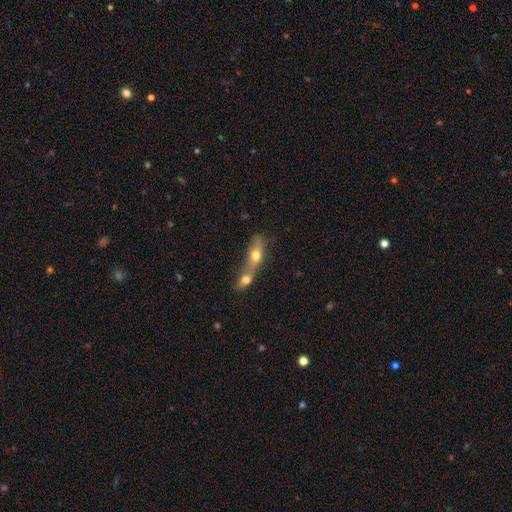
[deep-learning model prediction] smooth 60%, featured or disk 30%, star or artifact 9%. Down the decision tree: how rounded — in between (53%); merging — merger (76%).